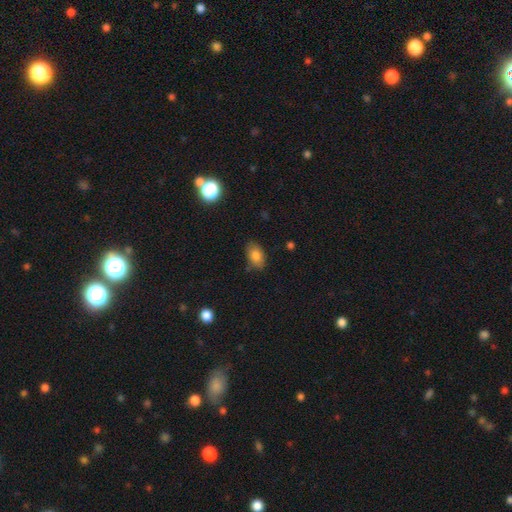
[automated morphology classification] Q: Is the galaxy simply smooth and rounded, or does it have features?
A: smooth — 81%.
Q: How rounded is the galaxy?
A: in between — 90%.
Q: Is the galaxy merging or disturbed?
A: none — 77%.